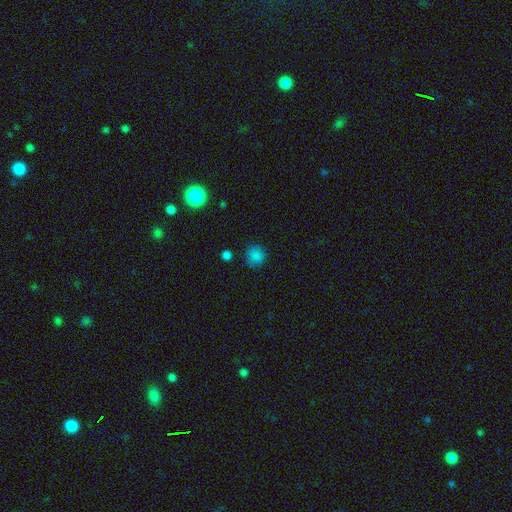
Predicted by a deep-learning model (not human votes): Smooth or featured: smooth — 84% (star or artifact — 12%)
How rounded: round — 91% (in between — 8%)
Merging: none — 84% (minor disturbance — 10%)